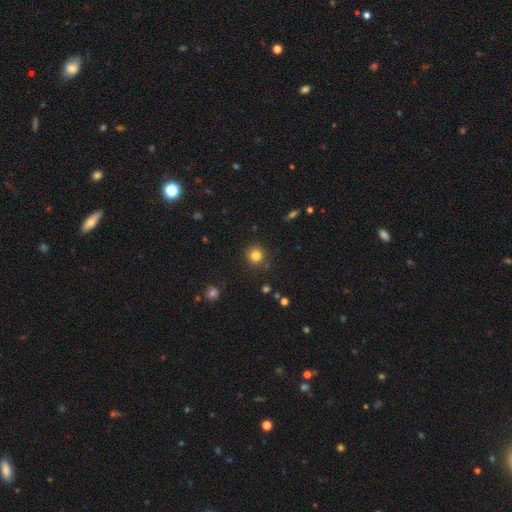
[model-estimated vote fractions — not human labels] smooth 82%, star or artifact 12%, featured or disk 5%. Down the decision tree: how rounded — round (93%); merging — none (87%).